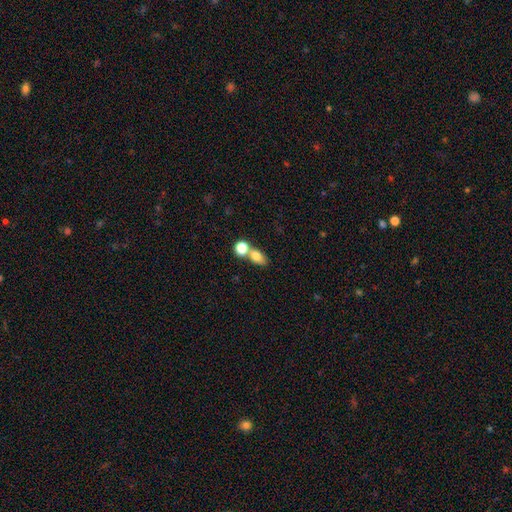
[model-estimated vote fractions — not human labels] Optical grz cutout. It shows a smooth galaxy with no disk features (76%) that is in between round and cigar-shaped (71%). Merging: merger (46%).